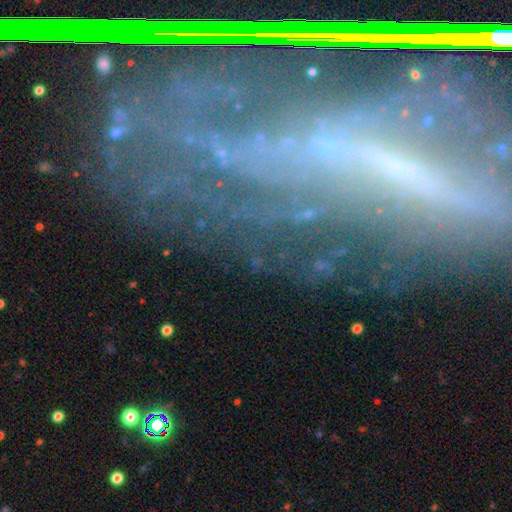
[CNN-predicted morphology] A featured or disk galaxy (63%) with no bar (40%), spiral arms (76%) and a small central bulge (52%). Merging: none (70%).